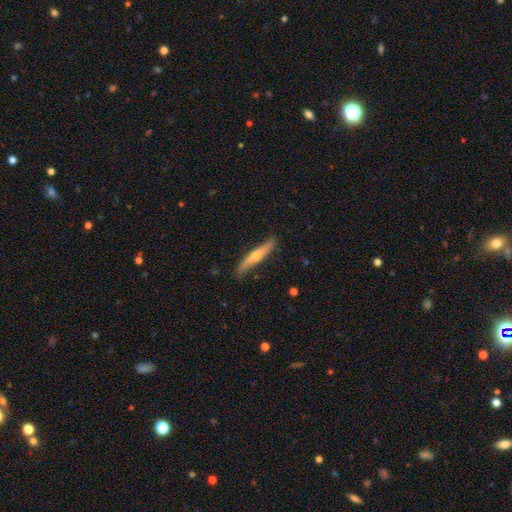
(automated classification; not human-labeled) smooth_or_featured: featured or disk (p=0.55) [alt: smooth p=0.40]
disk_edge_on: yes (p=0.89) [alt: no p=0.11]
merging: none (p=0.84) [alt: minor disturbance p=0.13]